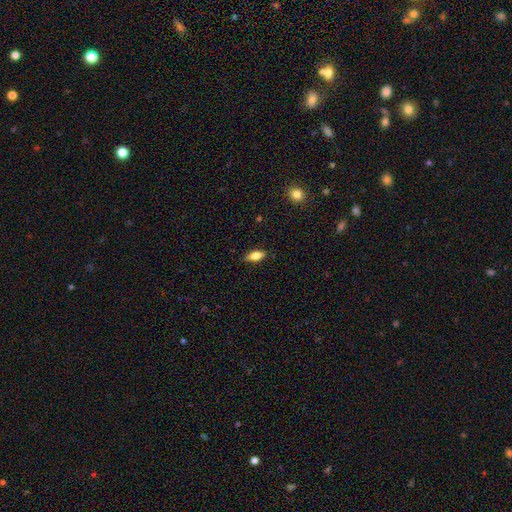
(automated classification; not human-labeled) smooth-or-featured: smooth: 72% | featured or disk: 21% | star or artifact: 8%
  how-rounded: in between: 77% | cigar-shaped: 20% | round: 3%
  merging: none: 86% | minor disturbance: 11% | major disturbance: 2% | merger: 1%